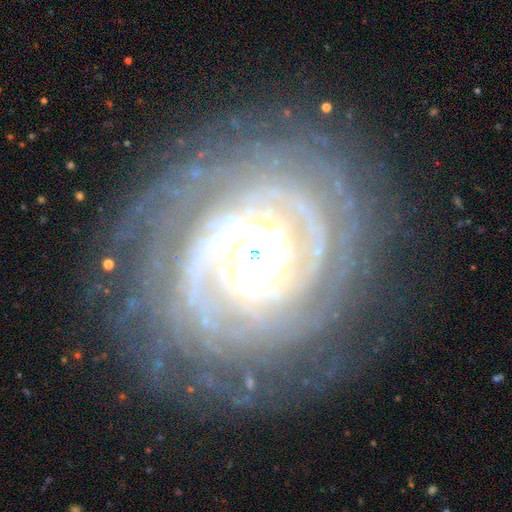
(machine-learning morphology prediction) The model was most divided on "bulge size": moderate: 46%, large: 37%, small: 10%, dominant: 5%, none: 2%. Remaining: edge-on disk — no (97%); spiral arms — yes (96%); smooth or featured — featured or disk (89%); spiral winding — tight (80%); merging — none (75%); bar — no (61%); spiral arm count — can't tell (28%).